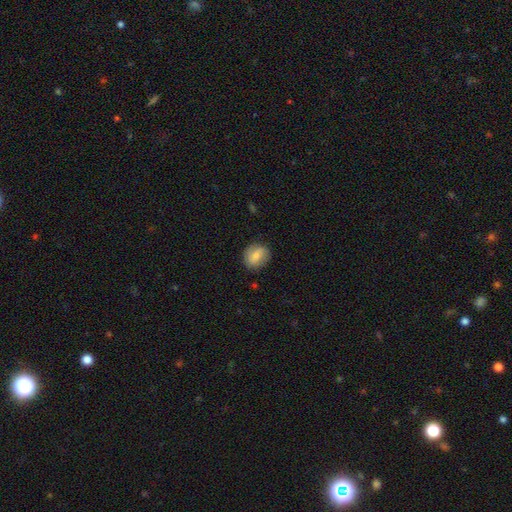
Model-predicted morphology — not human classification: Smooth or featured? smooth (75%)
How rounded? round (51%)
Merging? none (79%)